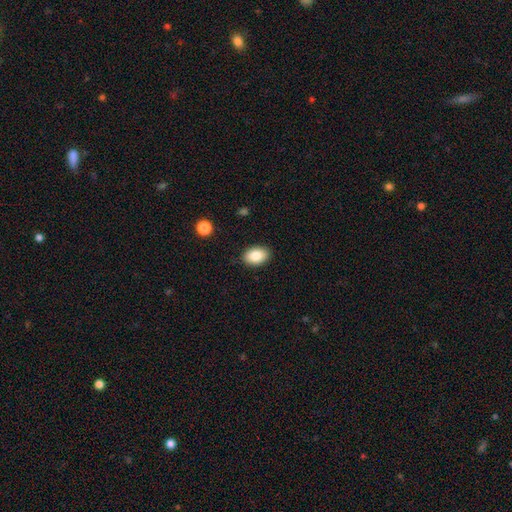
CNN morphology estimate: A smooth galaxy with no disk features (86%) that is in between round and cigar-shaped (88%).

Vote fractions:
- Smooth or featured? smooth: 86% / star or artifact: 8% / featured or disk: 7%
- How rounded? in between: 88% / round: 11% / cigar-shaped: 1%
- Merging? none: 88% / minor disturbance: 9% / major disturbance: 2% / merger: 1%